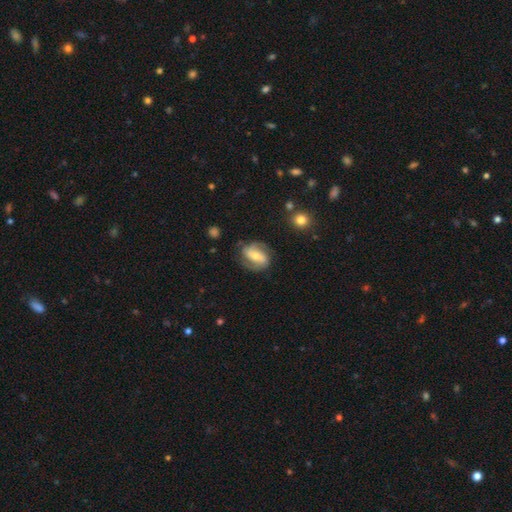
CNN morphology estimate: Overall: featured or disk (74%). Edge-on disk: no (96%). Bar: strong (38%; weak 35%). Spiral arms: yes (91%). Spiral arm count: 2 (86%). Spiral winding: medium (45%; tight 30%). Bulge size: moderate (54%; small 38%). Merging: none (75%).